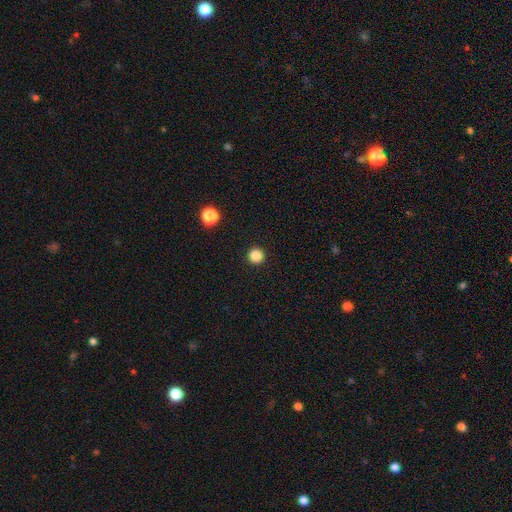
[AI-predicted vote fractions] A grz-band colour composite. It shows a smooth galaxy with no disk features (85%) that is round (96%). Merging: none (94%).